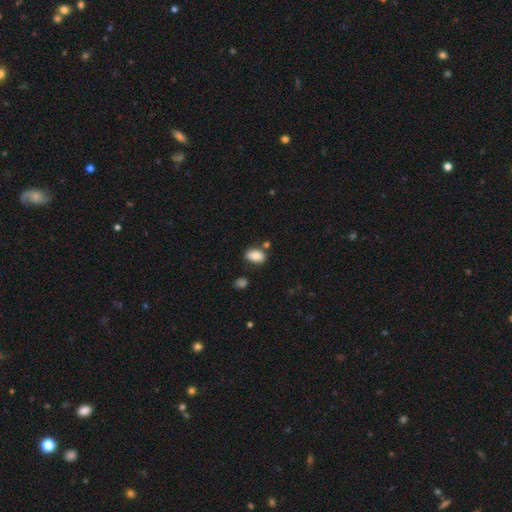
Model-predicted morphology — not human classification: smooth_or_featured: smooth (p=0.80) [alt: featured or disk p=0.12]
how_rounded: in between (p=0.88) [alt: round p=0.10]
merging: none (p=0.74) [alt: minor disturbance p=0.14]